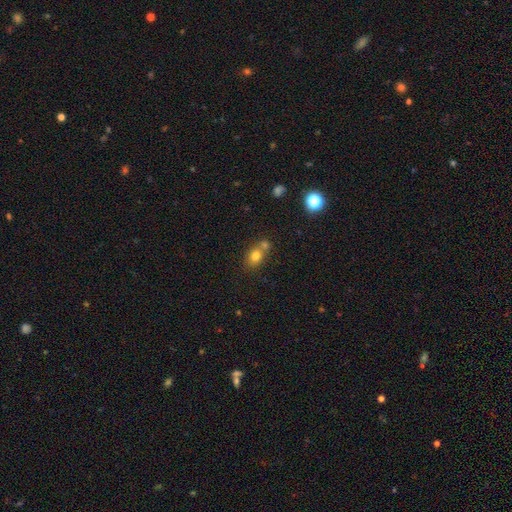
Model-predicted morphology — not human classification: Q: Smooth or featured?
A: smooth (77%); runner-up: star or artifact (12%)
Q: How rounded?
A: in between (55%); runner-up: round (44%)
Q: Merging?
A: none (45%); runner-up: merger (42%)